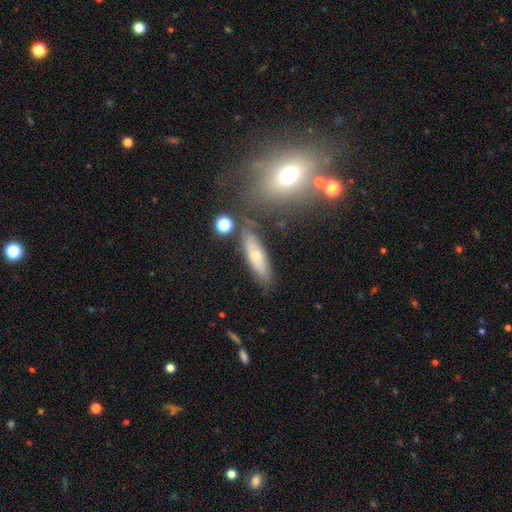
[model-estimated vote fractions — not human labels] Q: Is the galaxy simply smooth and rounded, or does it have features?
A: smooth — 51%.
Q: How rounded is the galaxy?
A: cigar-shaped — 57%.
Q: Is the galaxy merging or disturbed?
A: none — 74%.